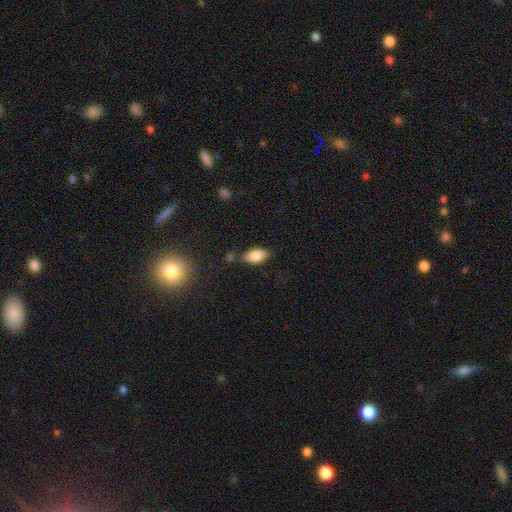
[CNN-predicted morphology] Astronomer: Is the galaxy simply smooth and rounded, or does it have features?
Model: smooth — 81%.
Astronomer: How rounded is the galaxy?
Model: in between — 90%.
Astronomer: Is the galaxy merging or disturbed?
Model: none — 74%.